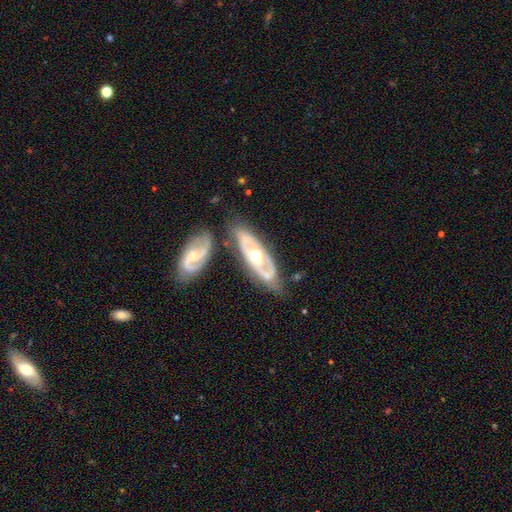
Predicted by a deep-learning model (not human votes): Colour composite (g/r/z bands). It shows a featured or disk galaxy (79%) with no bar (75%), spiral arms (54%) and a moderate central bulge (73%). Merging: none (66%).